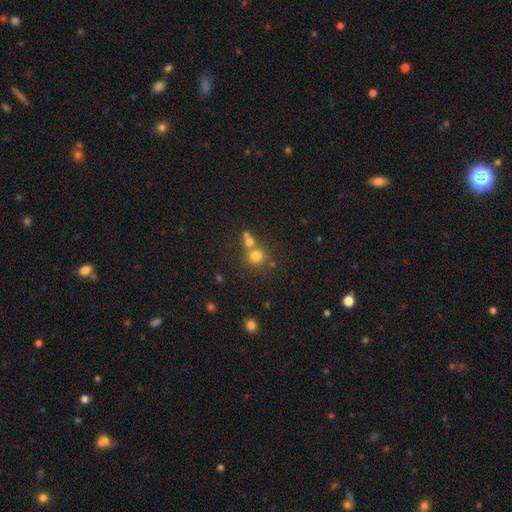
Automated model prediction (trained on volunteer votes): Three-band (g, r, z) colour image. It shows a smooth galaxy with no disk features (75%) that is round (88%). Merging: none (55%).